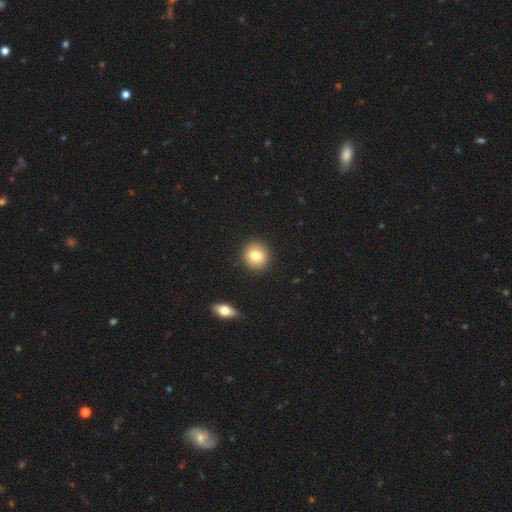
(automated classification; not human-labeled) The model was most divided on "smooth or featured": smooth: 79%, featured or disk: 12%, star or artifact: 9%. More confident: merging — none (91%); how rounded — round (90%).